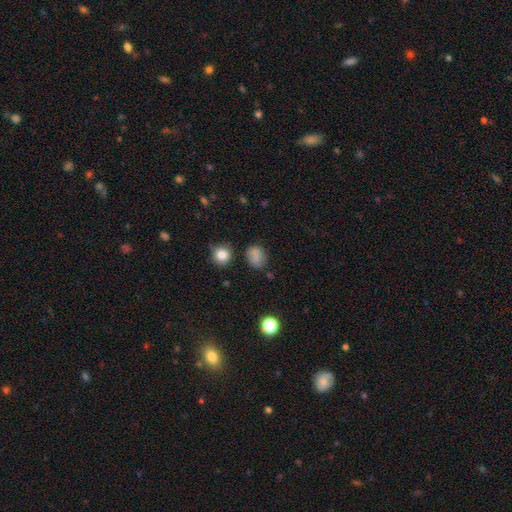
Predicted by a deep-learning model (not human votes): smooth 80%, star or artifact 13%, featured or disk 7%. Down the decision tree: how rounded — round (55%); merging — none (76%).